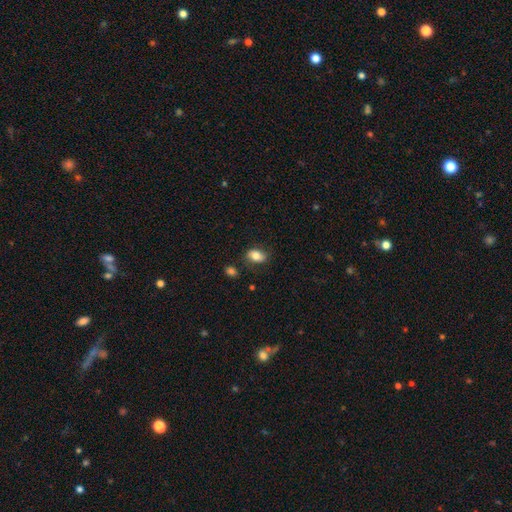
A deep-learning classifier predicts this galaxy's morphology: Smooth or featured? smooth (78%)
How rounded? in between (86%)
Merging? none (73%)